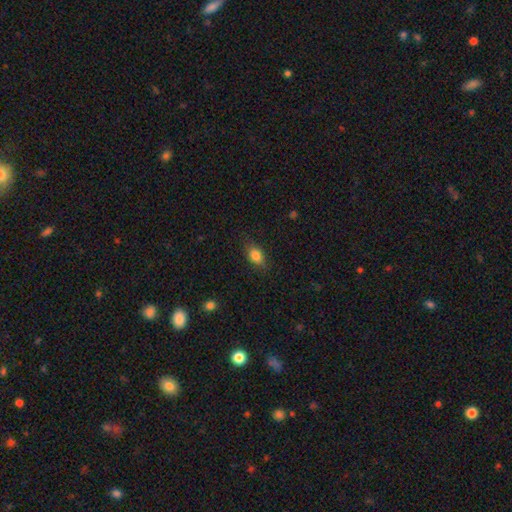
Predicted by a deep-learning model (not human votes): Overall: smooth (82%). How rounded: in between (78%). Merging: none (80%).